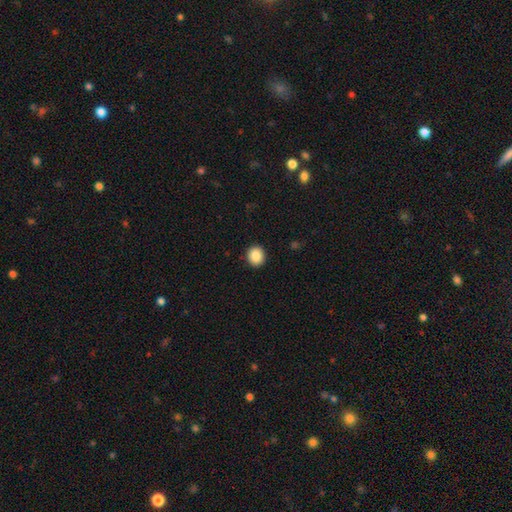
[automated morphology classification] smooth_or_featured: smooth (p=0.88) [alt: star or artifact p=0.08]
how_rounded: round (p=0.81) [alt: in between p=0.18]
merging: none (p=0.92) [alt: minor disturbance p=0.05]